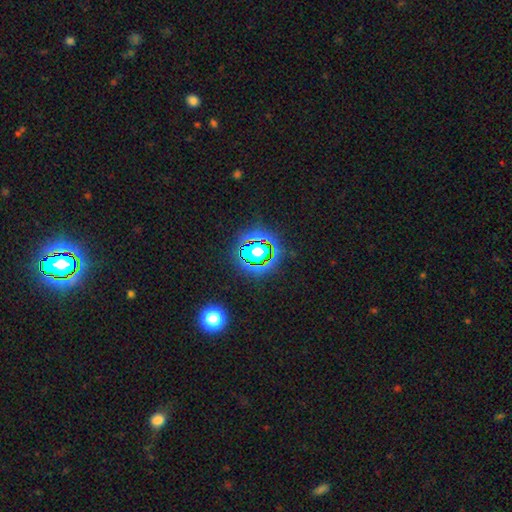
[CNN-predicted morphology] Smooth or featured? Predicted: star or artifact (p=0.78).